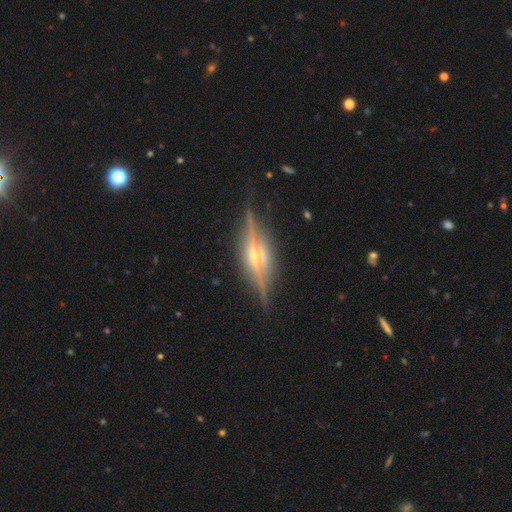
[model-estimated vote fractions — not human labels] smooth_or_featured: featured or disk (p=0.87) [alt: smooth p=0.07]
disk_edge_on: yes (p=0.95) [alt: no p=0.05]
edge_on_bulge: rounded (p=0.79) [alt: boxy p=0.15]
merging: none (p=0.83) [alt: minor disturbance p=0.12]